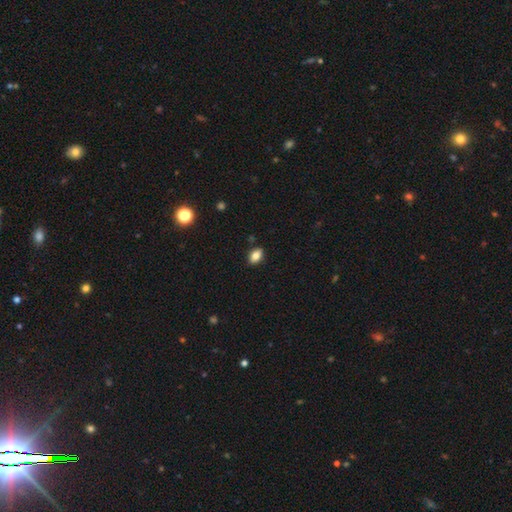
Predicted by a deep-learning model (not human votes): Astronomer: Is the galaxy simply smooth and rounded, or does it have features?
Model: smooth — 82%.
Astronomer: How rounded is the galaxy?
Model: in between — 85%.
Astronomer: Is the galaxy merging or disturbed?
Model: none — 87%.